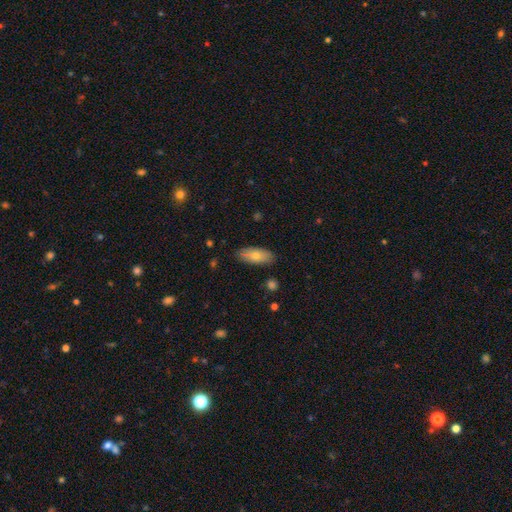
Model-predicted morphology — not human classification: Smooth or featured? smooth (76%)
How rounded? in between (82%)
Merging? none (85%)